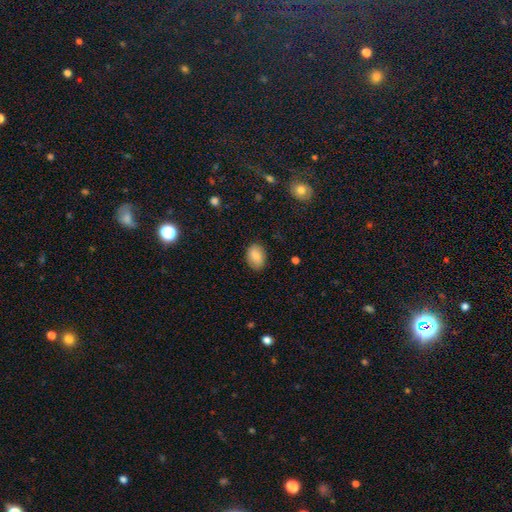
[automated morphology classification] Smooth or featured: smooth — 84% (featured or disk — 8%)
How rounded: in between — 79% (round — 20%)
Merging: none — 84% (minor disturbance — 12%)